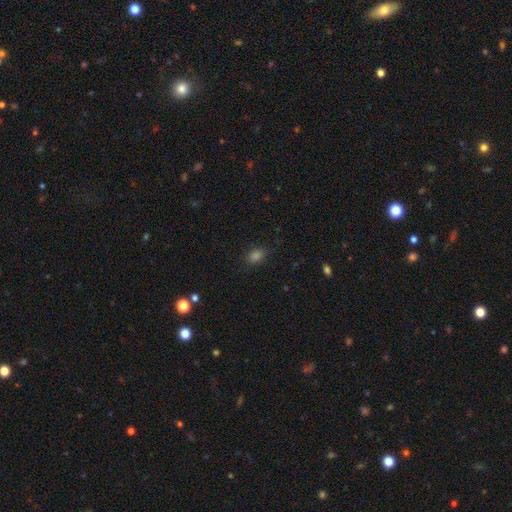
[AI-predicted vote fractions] Q: Smooth or featured?
A: smooth (77%); runner-up: star or artifact (18%)
Q: How rounded?
A: in between (77%); runner-up: round (20%)
Q: Merging?
A: none (85%); runner-up: minor disturbance (11%)